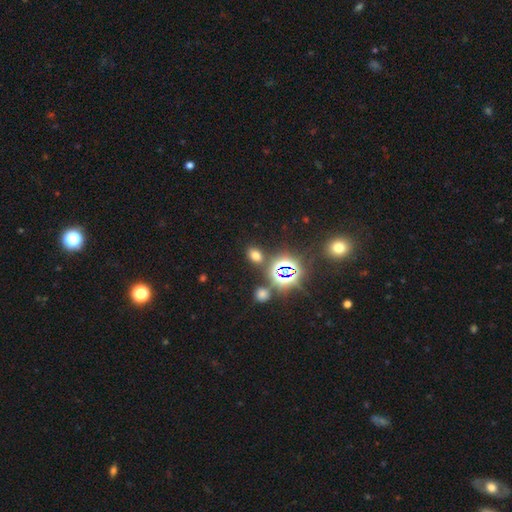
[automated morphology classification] smooth_or_featured: smooth (p=0.59) [alt: star or artifact p=0.34]
how_rounded: in between (p=0.73) [alt: round p=0.25]
merging: none (p=0.82) [alt: minor disturbance p=0.09]